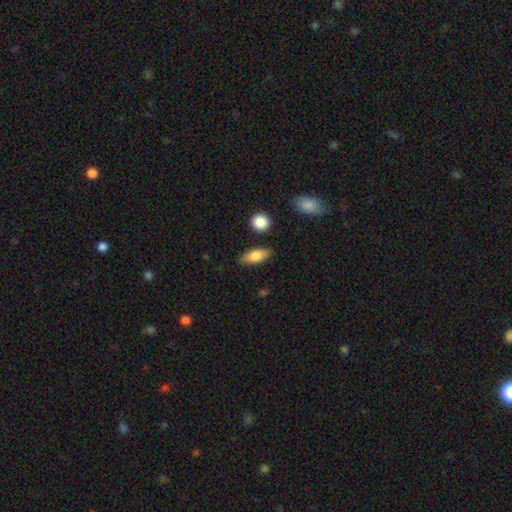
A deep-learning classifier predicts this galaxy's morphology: type=smooth (78%); roundness=in between (79%); merging=none (83%).